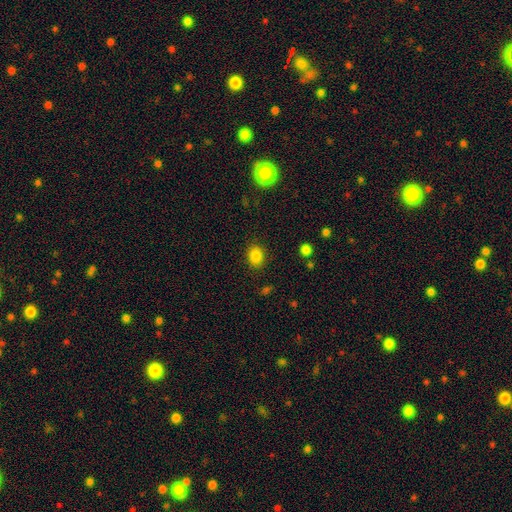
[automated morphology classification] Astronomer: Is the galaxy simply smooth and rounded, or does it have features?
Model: smooth — 84%.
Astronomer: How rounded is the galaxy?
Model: round — 51% (runner-up: in between, 48%).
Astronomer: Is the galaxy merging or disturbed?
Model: none — 87%.